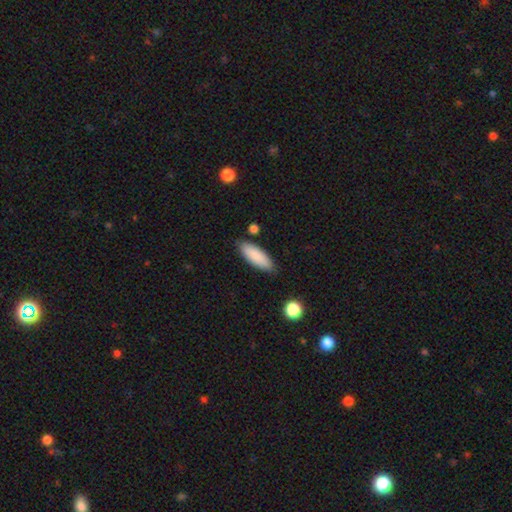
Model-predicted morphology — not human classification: This is clearly a smooth galaxy (87%). How rounded: likely in between (66%). Merging: clearly none (82%).